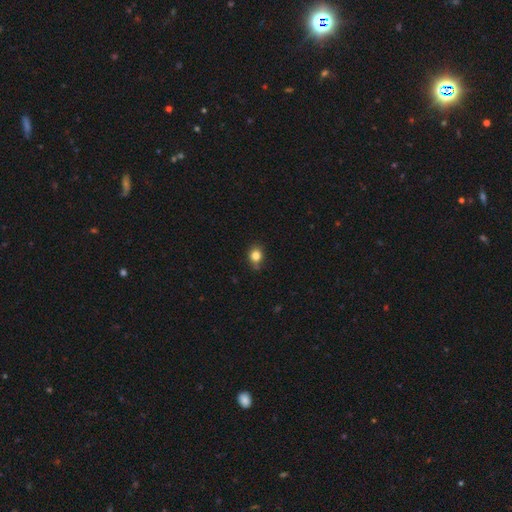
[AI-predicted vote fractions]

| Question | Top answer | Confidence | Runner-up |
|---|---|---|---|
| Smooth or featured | smooth | 83% | star or artifact (11%) |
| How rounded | round | 63% | in between (36%) |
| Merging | none | 75% | minor disturbance (19%) |